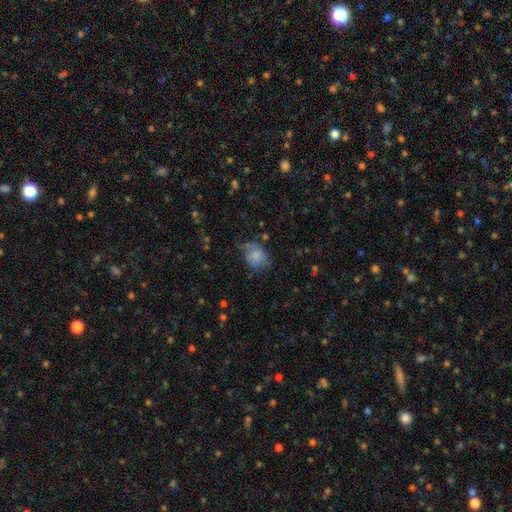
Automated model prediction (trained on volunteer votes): The model was most divided on "how rounded": in between: 51%, round: 48%, cigar-shaped: 1%. More confident: smooth or featured — smooth (76%); merging — none (52%).